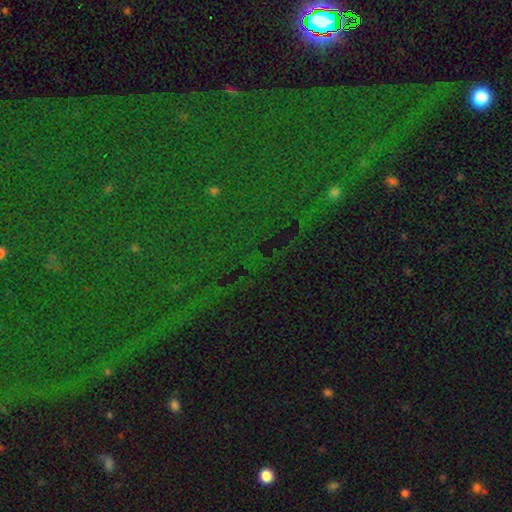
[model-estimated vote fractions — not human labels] Smooth or featured?
  - star or artifact: 83% *
  - smooth: 9%
  - featured or disk: 9%